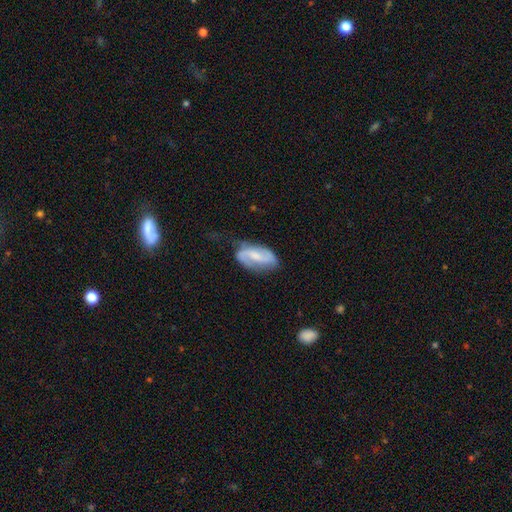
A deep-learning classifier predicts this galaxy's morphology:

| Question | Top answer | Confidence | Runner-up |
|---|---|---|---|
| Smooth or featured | featured or disk | 68% | smooth (26%) |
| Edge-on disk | no | 96% | yes (4%) |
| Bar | weak | 44% | no (28%) |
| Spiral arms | yes | 91% | no (9%) |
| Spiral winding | medium | 40% | tied: loose (40%) |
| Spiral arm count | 2 | 82% | can't tell (8%) |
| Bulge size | small | 40% | moderate (33%) |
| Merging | none | 54% | minor disturbance (29%) |